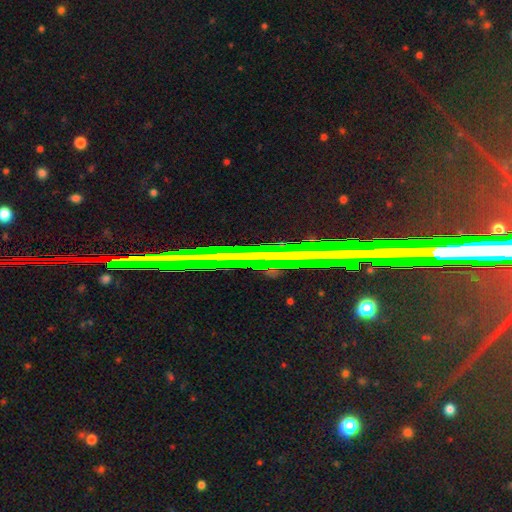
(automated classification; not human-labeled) This appears to be a star or artifact, not a galaxy (71%).